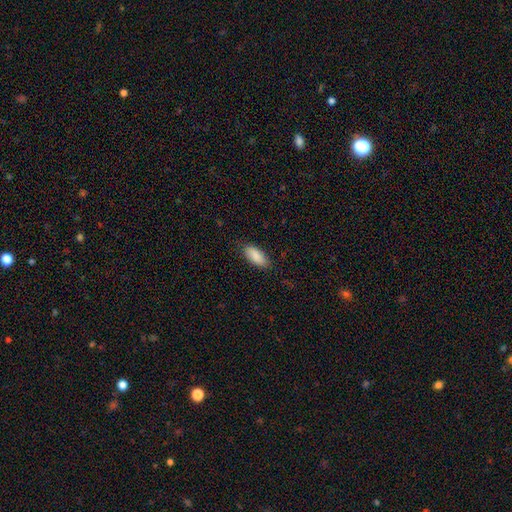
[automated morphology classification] smooth-or-featured: smooth: 89% | star or artifact: 6% | featured or disk: 5%
  how-rounded: in between: 86% | cigar-shaped: 12% | round: 2%
  merging: none: 84% | minor disturbance: 13% | major disturbance: 3% | merger: 1%